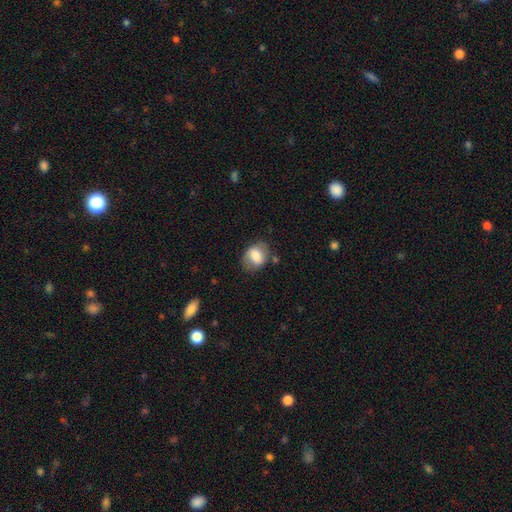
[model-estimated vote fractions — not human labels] A smooth galaxy with no disk features (69%) that is in between round and cigar-shaped (69%). Merging: none (69%).